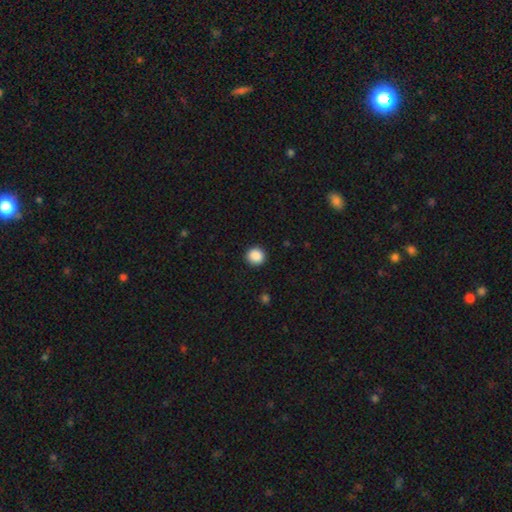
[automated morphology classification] A smooth galaxy with no disk features (88%) that is round (91%). Merging: none (91%).